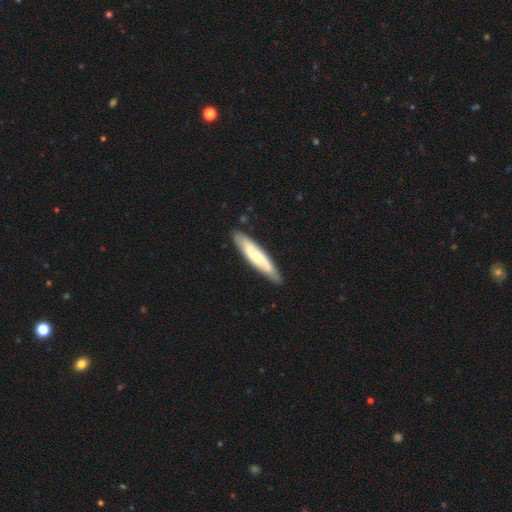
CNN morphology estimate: smooth_or_featured: smooth (p=0.53) [alt: featured or disk p=0.41]
how_rounded: cigar-shaped (p=0.87) [alt: in between p=0.12]
merging: none (p=0.82) [alt: minor disturbance p=0.14]